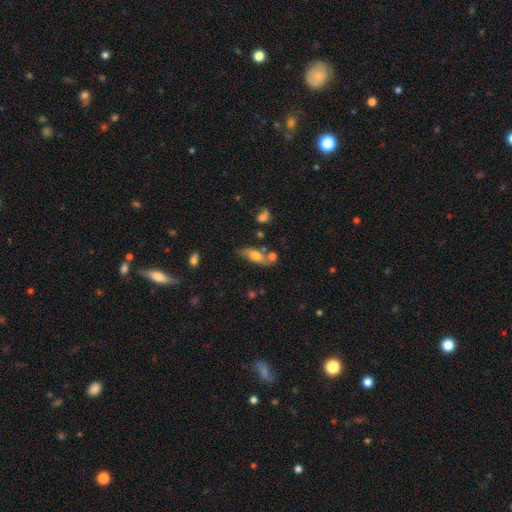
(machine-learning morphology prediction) smooth_or_featured: smooth (p=0.59) [alt: featured or disk p=0.32]
how_rounded: in between (p=0.70) [alt: cigar-shaped p=0.26]
merging: none (p=0.58) [alt: minor disturbance p=0.20]